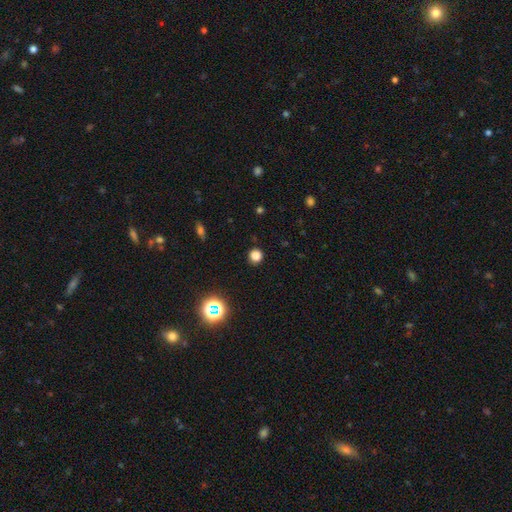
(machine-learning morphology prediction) smooth 79%, star or artifact 17%, featured or disk 4%. Down the decision tree: how rounded — round (92%); merging — none (90%).